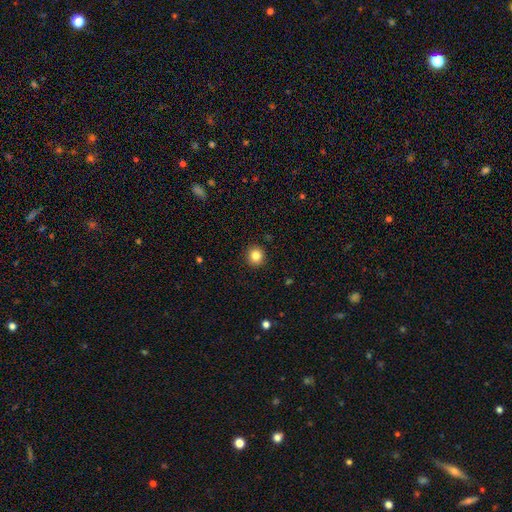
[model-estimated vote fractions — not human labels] smooth 84%, star or artifact 11%, featured or disk 5%. Down the decision tree: how rounded — round (93%); merging — none (92%).